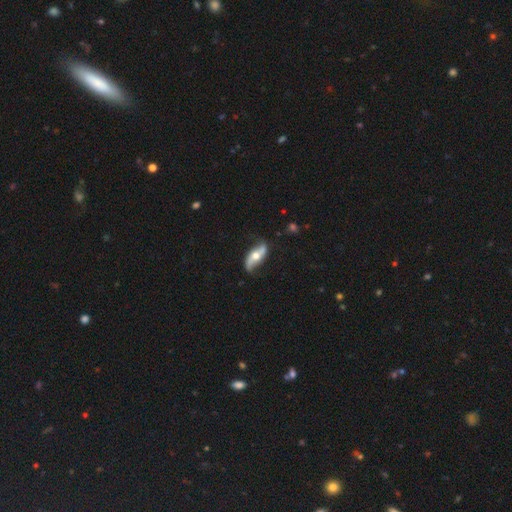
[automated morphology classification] A featured or disk galaxy (75%) with no bar (56%), 2 (92%) loose (85%) spiral arms (88%) and a moderate central bulge (72%).

Vote fractions:
- Smooth or featured? featured or disk: 75% / smooth: 20% / star or artifact: 5%
- Edge-on disk? no: 78% / yes: 22%
- Bar? no: 56% / weak: 23% / strong: 21%
- Spiral arms? yes: 88% / no: 12%
- Spiral winding? loose: 85% / medium: 10% / tight: 5%
- Spiral arm count? 2: 92% / can't tell: 3% / 1: 2% / 3: 1% / more than 4: 1% / 4: 1%
- Bulge size? moderate: 72% / small: 14% / large: 11% / dominant: 2% / none: 1%
- Merging? none: 75% / minor disturbance: 17% / major disturbance: 5% / merger: 2%